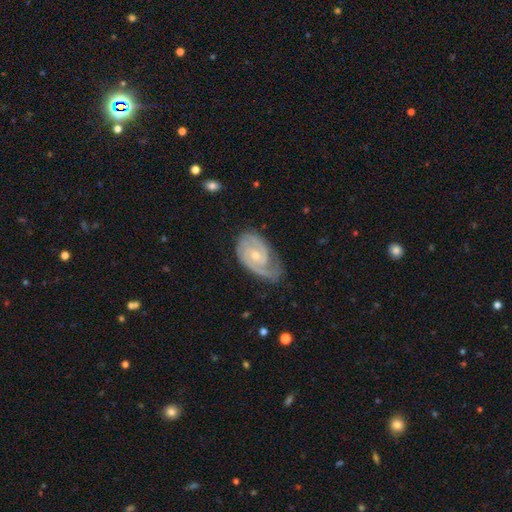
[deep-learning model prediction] A featured or disk galaxy (89%) with no bar (56%), 2 (75%) tight (63%) spiral arms (98%) and a small central bulge (54%). Merging: none (68%).